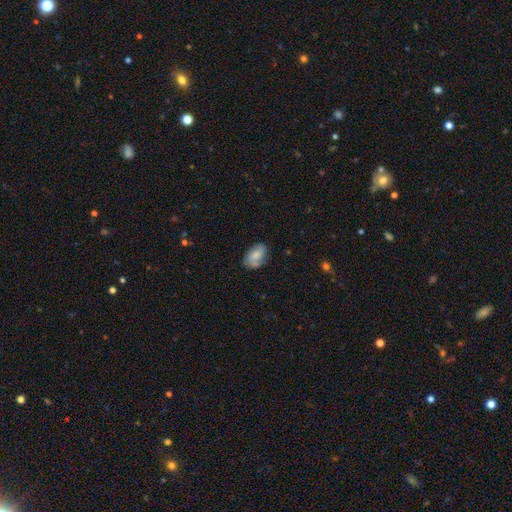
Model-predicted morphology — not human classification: Smooth or featured?
  - smooth: 57% *
  - featured or disk: 35%
  - star or artifact: 8%
How rounded?
  - in between: 89% *
  - round: 8%
  - cigar-shaped: 2%
Merging?
  - none: 63% *
  - minor disturbance: 25%
  - major disturbance: 8%
  - merger: 3%